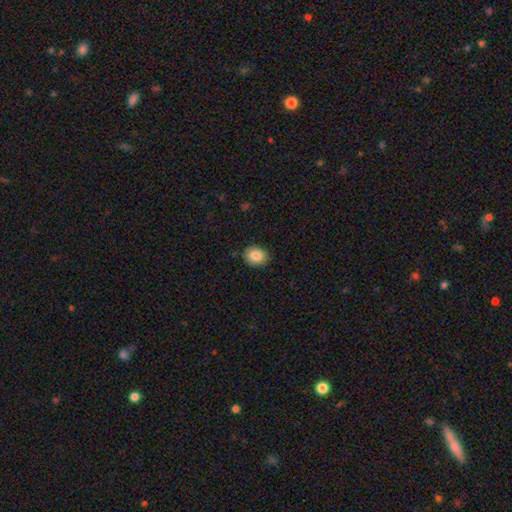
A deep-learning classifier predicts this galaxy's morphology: Smooth or featured? smooth (84%)
How rounded? round (61%)
Merging? none (88%)